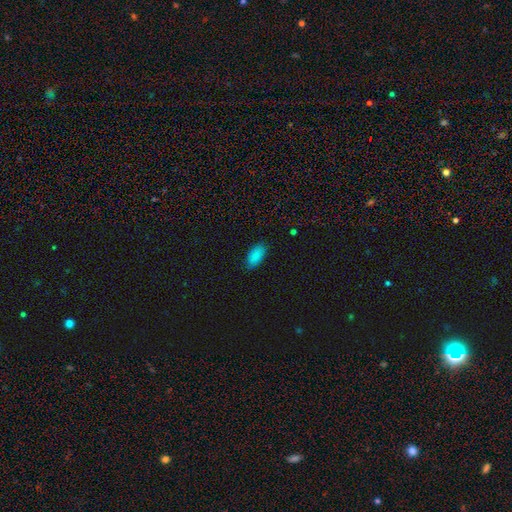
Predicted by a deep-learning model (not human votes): Morphology: type=smooth (88%); roundness=in between (92%); merging=none (86%).